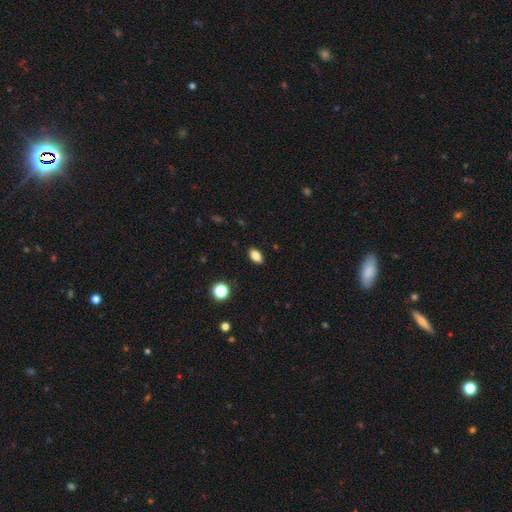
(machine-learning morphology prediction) type=smooth (83%); roundness=in between (89%); merging=none (89%).